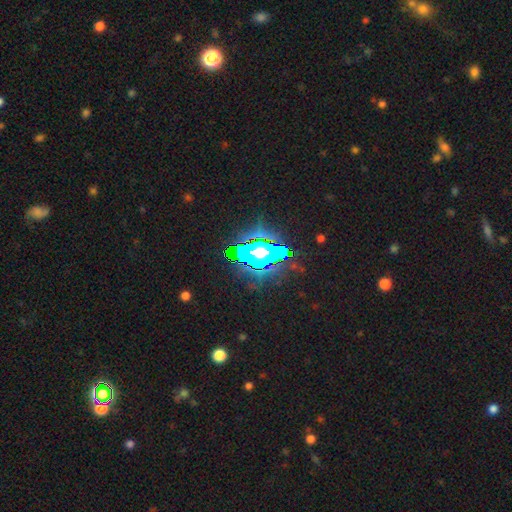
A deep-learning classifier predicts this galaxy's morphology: Smooth or featured: star or artifact — 79% (smooth — 12%)